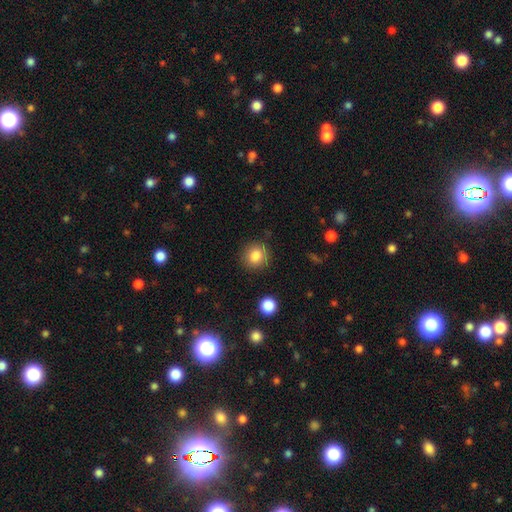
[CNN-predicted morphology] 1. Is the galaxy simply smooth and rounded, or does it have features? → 83% smooth, 10% star or artifact, 7% featured or disk.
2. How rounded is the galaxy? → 87% round, 12% in between, 1% cigar-shaped.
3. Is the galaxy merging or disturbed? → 87% none, 9% minor disturbance, 3% major disturbance, 1% merger.